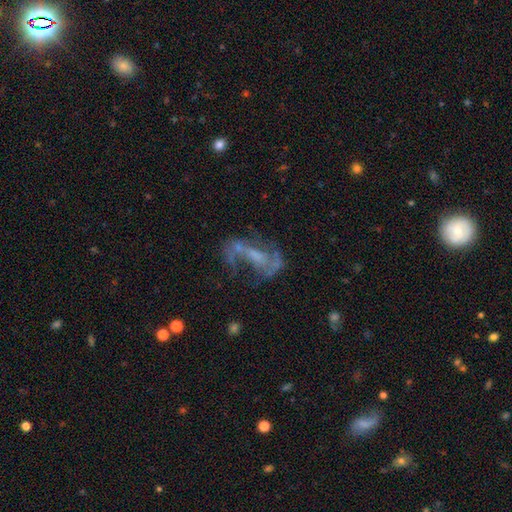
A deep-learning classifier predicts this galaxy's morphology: type=featured or disk (72%); edge-on=no (93%); bar=weak (39%, tied with no); spiral arms=yes (73%); bulge=small (40%); merging=none (46%).